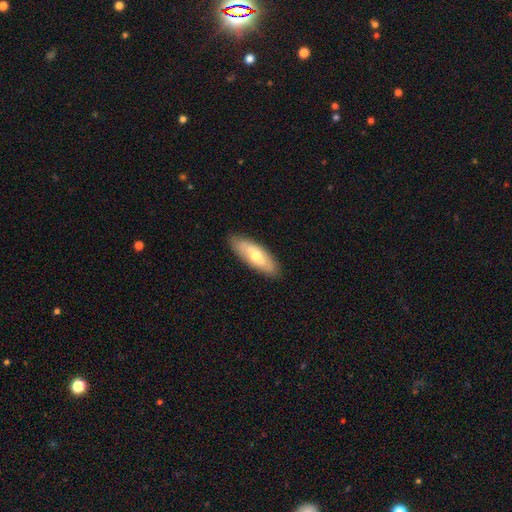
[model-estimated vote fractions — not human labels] Smooth or featured? smooth (56%)
How rounded? in between (66%)
Merging? none (86%)